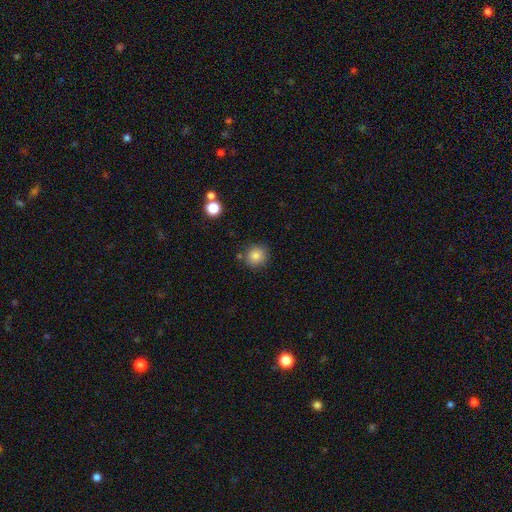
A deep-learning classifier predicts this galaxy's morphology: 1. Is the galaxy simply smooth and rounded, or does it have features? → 84% smooth, 10% star or artifact, 6% featured or disk.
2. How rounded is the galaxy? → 89% round, 10% in between, 1% cigar-shaped.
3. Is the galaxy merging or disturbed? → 83% none, 9% minor disturbance, 5% merger, 3% major disturbance.